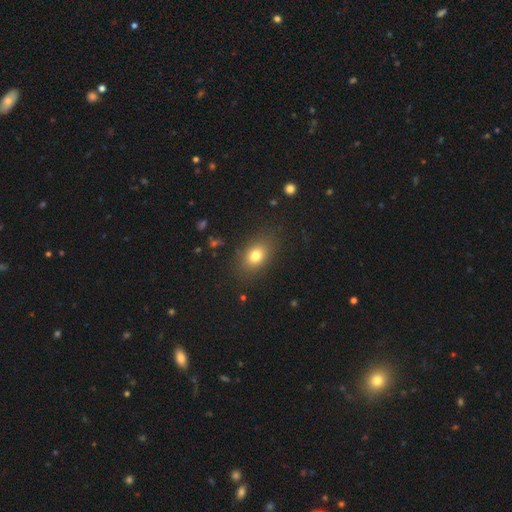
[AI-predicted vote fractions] The model was most divided on "how rounded": in between: 74%, round: 24%, cigar-shaped: 2%. More confident: merging — none (83%); smooth or featured — smooth (77%).